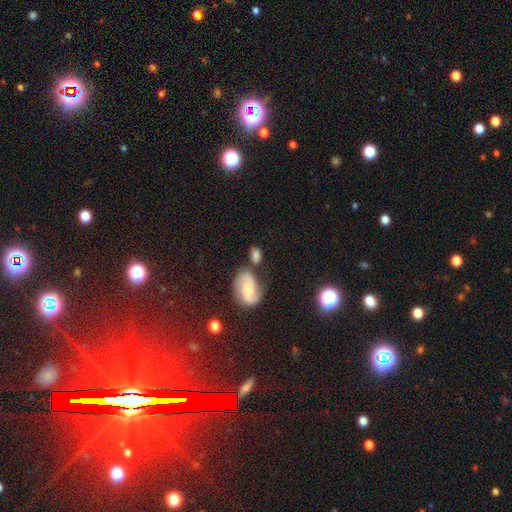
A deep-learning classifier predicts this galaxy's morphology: Smooth or featured: smooth — 61% (featured or disk — 28%)
How rounded: in between — 79% (round — 16%)
Merging: none — 47% (merger — 28%)